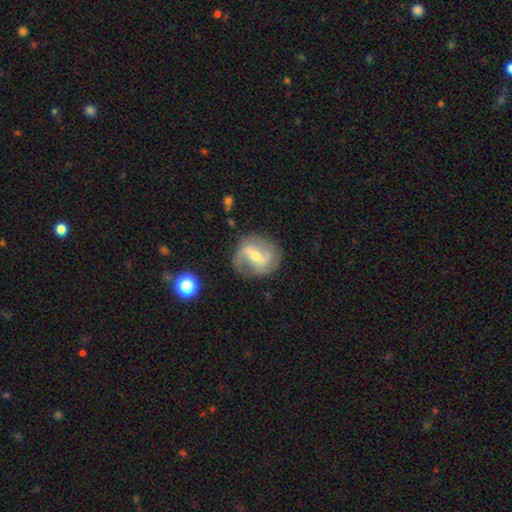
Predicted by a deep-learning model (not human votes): Smooth or featured? Predicted: featured or disk (p=0.73). Edge-on disk? Predicted: no (p=0.95). Bar? Predicted: strong (p=0.49). Spiral arms? Predicted: yes (p=0.80). Spiral winding? Predicted: medium (p=0.40). Spiral arm count? Predicted: 2 (p=0.71). Bulge size? Predicted: small (p=0.53). Merging? Predicted: none (p=0.69).